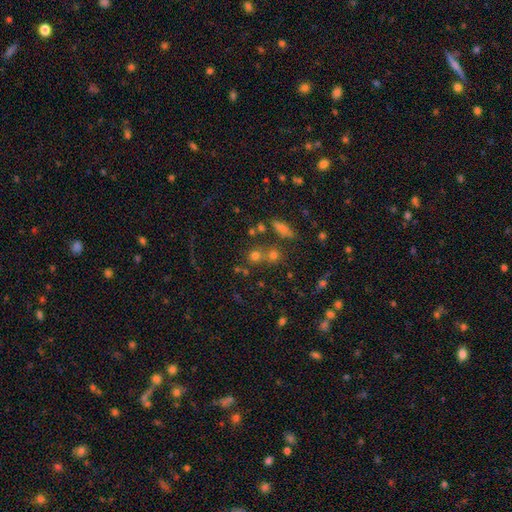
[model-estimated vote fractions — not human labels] Q: Smooth or featured?
A: smooth (58%); runner-up: star or artifact (31%)
Q: How rounded?
A: round (86%); runner-up: in between (12%)
Q: Merging?
A: none (60%); runner-up: merger (29%)